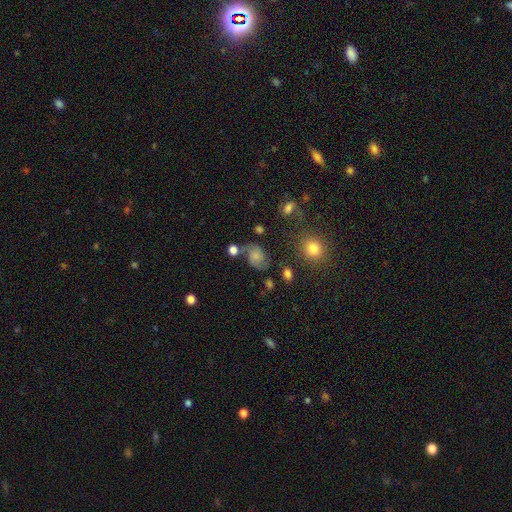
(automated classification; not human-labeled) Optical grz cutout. It shows a featured or disk galaxy (51%). Merging: none (55%).